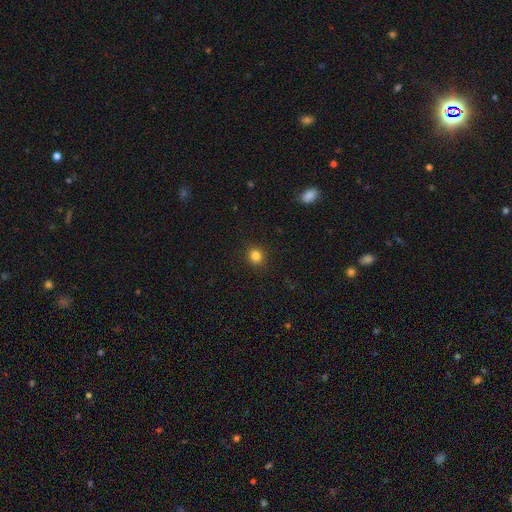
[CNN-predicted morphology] smooth-or-featured: smooth: 83% | star or artifact: 12% | featured or disk: 5%
  how-rounded: round: 83% | in between: 16% | cigar-shaped: 1%
  merging: none: 91% | minor disturbance: 6% | major disturbance: 2% | merger: 1%